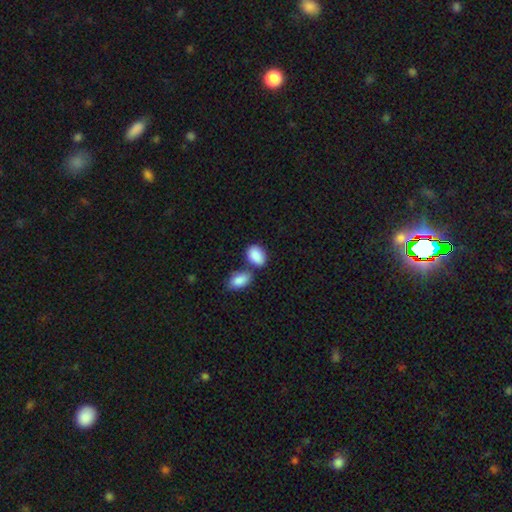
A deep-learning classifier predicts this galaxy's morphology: Smooth or featured: smooth — 89% (star or artifact — 6%)
How rounded: in between — 89% (round — 10%)
Merging: none — 50% (merger — 32%)